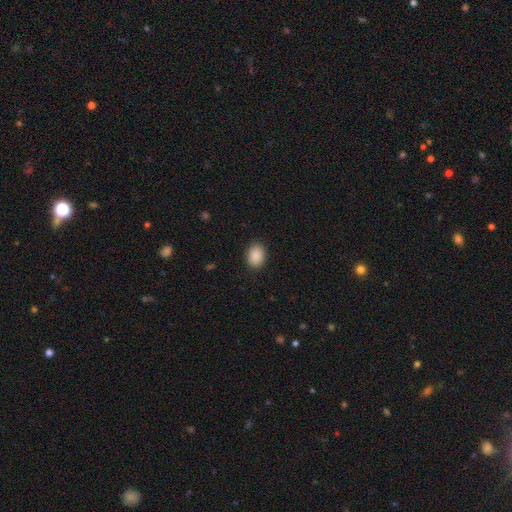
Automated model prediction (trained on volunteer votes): Overall: smooth (90%). How rounded: in between (69%; round 30%). Merging: none (89%).